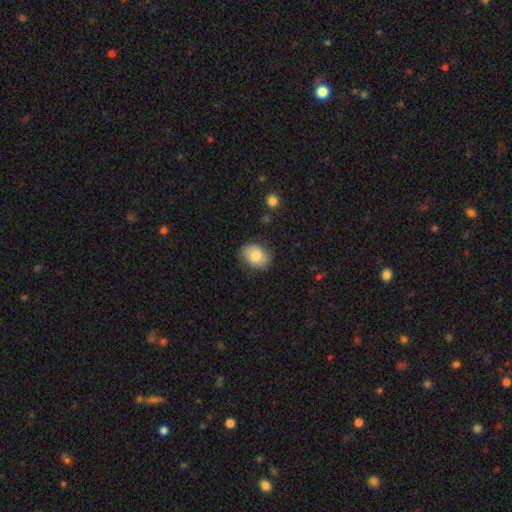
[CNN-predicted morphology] Q: Smooth or featured?
A: smooth (80%); runner-up: featured or disk (13%)
Q: How rounded?
A: in between (67%); runner-up: round (32%)
Q: Merging?
A: none (78%); runner-up: minor disturbance (16%)